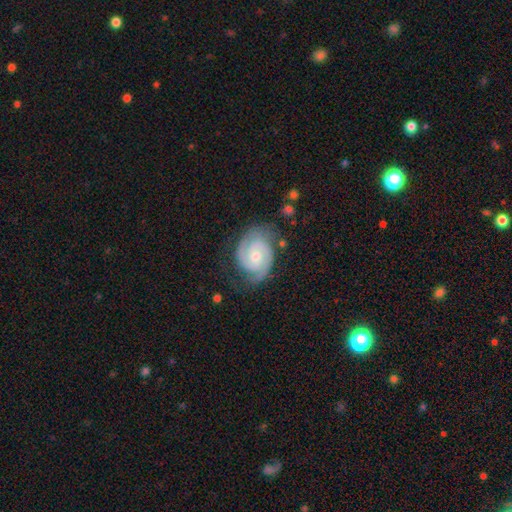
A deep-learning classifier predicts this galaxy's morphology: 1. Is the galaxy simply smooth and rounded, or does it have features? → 89% featured or disk, 6% smooth, 4% star or artifact.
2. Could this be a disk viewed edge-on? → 98% no, 2% yes.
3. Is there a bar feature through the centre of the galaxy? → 61% no, 33% weak, 6% strong.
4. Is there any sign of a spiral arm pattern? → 98% yes, 2% no.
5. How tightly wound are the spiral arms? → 63% tight, 32% medium, 4% loose.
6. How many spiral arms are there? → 81% 2, 10% 3, 5% can't tell, 2% 1, 2% 4, 1% more than 4.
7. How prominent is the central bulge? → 50% moderate, 45% small, 2% none, 2% large, 1% dominant.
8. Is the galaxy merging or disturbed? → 74% none, 18% minor disturbance, 6% major disturbance, 2% merger.